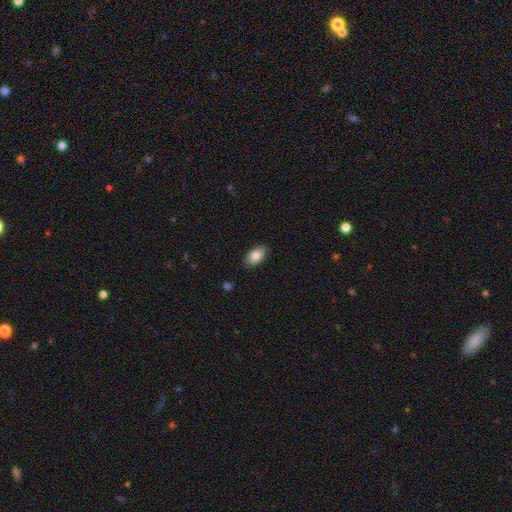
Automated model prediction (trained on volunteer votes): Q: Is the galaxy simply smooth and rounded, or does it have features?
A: smooth — 84%.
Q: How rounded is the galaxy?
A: in between — 93%.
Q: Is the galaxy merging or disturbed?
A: none — 88%.